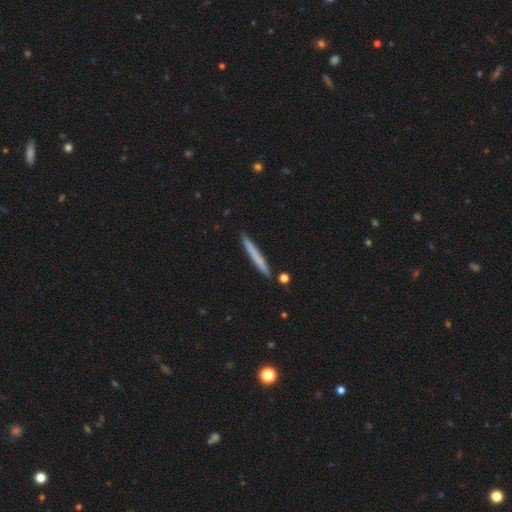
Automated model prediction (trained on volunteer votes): smooth-or-featured: smooth: 67% | featured or disk: 28% | star or artifact: 6%
  how-rounded: cigar-shaped: 97% | in between: 2% | round: 1%
  merging: none: 90% | minor disturbance: 6% | merger: 2% | major disturbance: 1%